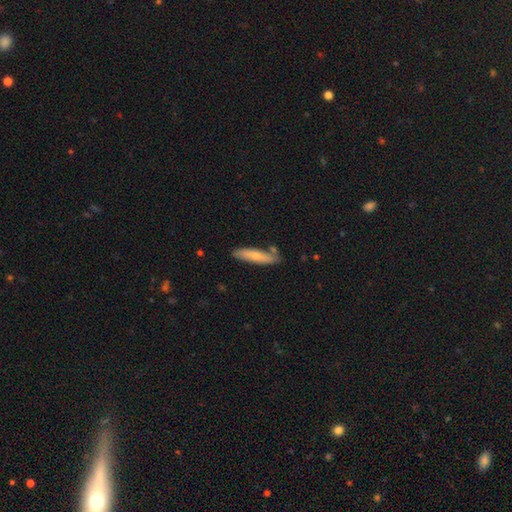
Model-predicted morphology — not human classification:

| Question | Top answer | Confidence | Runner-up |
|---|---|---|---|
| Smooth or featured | smooth | 69% | featured or disk (25%) |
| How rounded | cigar-shaped | 79% | in between (19%) |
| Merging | none | 75% | minor disturbance (16%) |